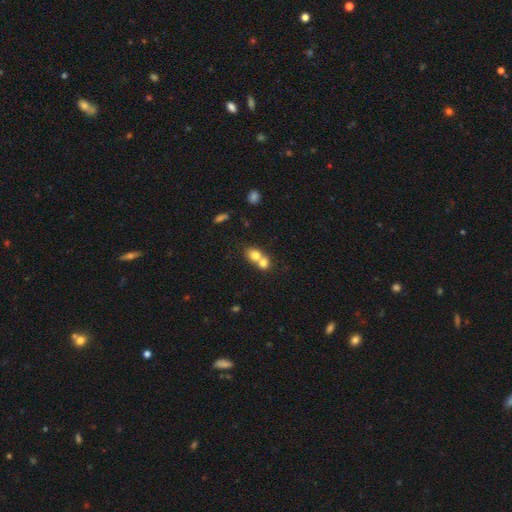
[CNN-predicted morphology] Q: Smooth or featured?
A: smooth (75%); runner-up: featured or disk (15%)
Q: How rounded?
A: round (63%); runner-up: in between (36%)
Q: Merging?
A: merger (69%); runner-up: none (25%)